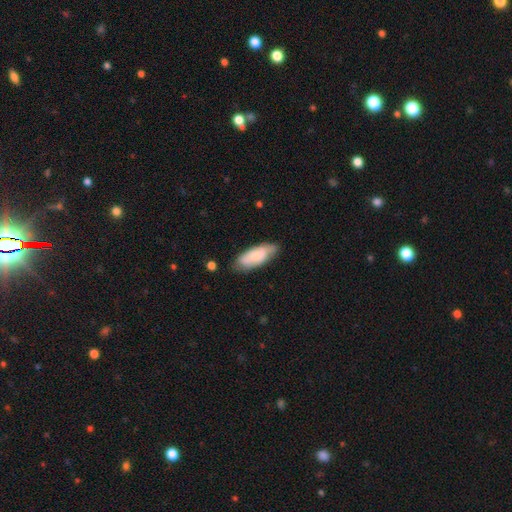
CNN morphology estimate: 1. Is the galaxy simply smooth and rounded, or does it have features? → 72% smooth, 22% featured or disk, 6% star or artifact.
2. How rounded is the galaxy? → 79% in between, 19% cigar-shaped, 2% round.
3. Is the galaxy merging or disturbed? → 67% none, 25% minor disturbance, 5% major disturbance, 2% merger.